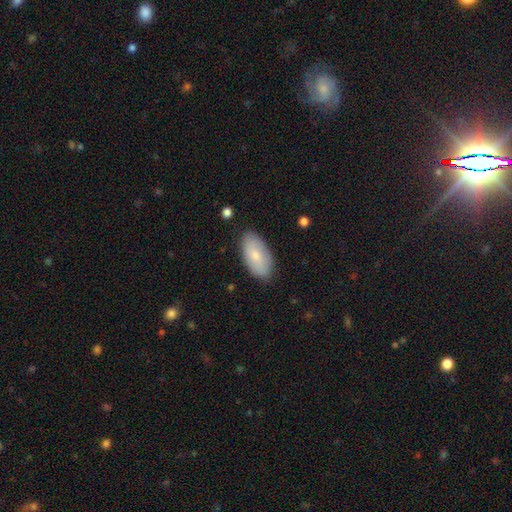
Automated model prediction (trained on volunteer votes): smooth_or_featured: smooth (p=0.75) [alt: featured or disk p=0.19]
how_rounded: in between (p=0.95) [alt: round p=0.03]
merging: none (p=0.83) [alt: minor disturbance p=0.13]